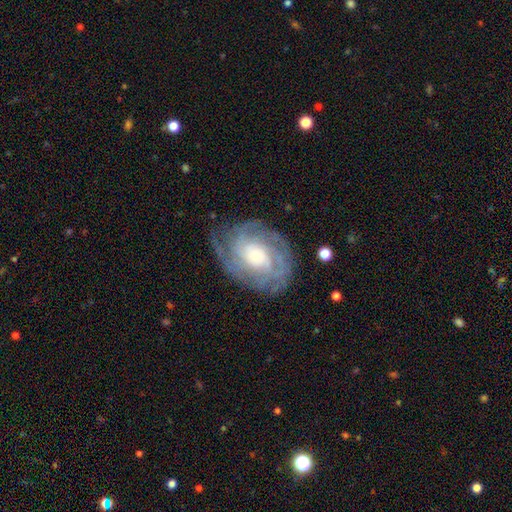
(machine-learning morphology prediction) The model was most divided on "bulge size": moderate: 35%, large: 29%, small: 28%, none: 5%, dominant: 3%. Remaining: edge-on disk — no (97%); spiral arms — yes (94%); smooth or featured — featured or disk (82%); bar — no (75%); merging — none (73%); spiral winding — tight (67%); spiral arm count — can't tell (38%).